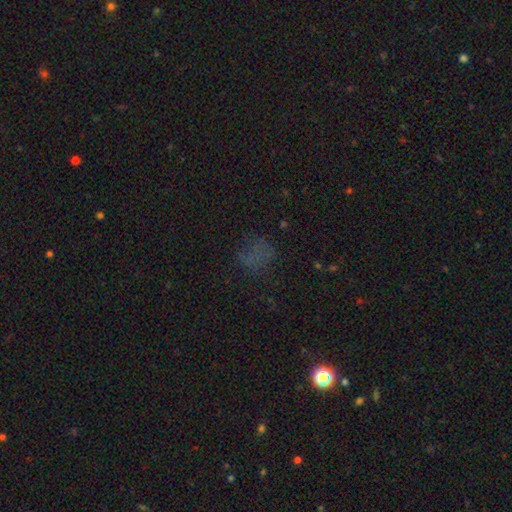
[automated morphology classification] The model was most divided on "smooth or featured": smooth: 45%, star or artifact: 38%, featured or disk: 17%. More confident: merging — none (63%).